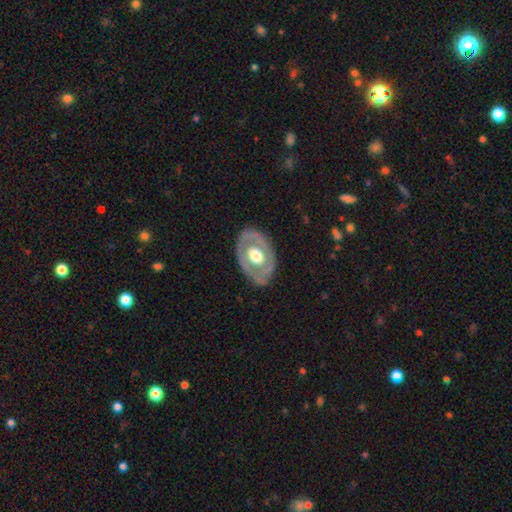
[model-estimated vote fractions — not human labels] This appears to be a featured or disk galaxy (61%) with no bar (84%), no spiral arms (84%) and a moderate central bulge (48%). Merging: none (78%).